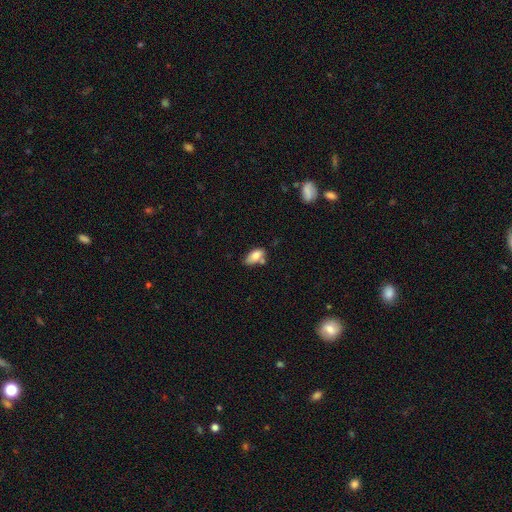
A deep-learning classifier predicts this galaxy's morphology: Smooth or featured?
  - smooth: 80% *
  - featured or disk: 12%
  - star or artifact: 8%
How rounded?
  - in between: 90% *
  - cigar-shaped: 5%
  - round: 4%
Merging?
  - none: 53% *
  - minor disturbance: 22%
  - merger: 19%
  - major disturbance: 6%